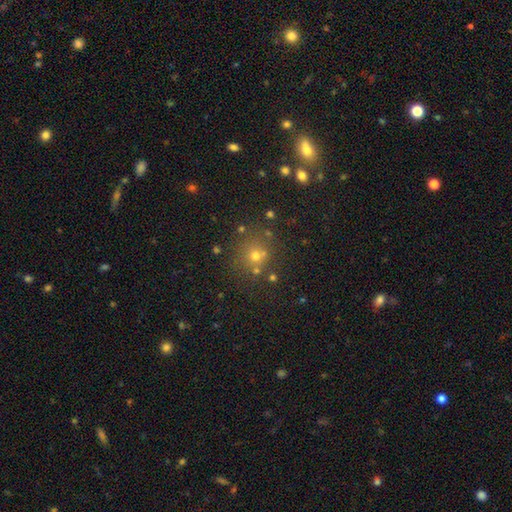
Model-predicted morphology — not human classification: This is likely a smooth galaxy (61%). How rounded: clearly round (90%). Merging: likely none (74%).